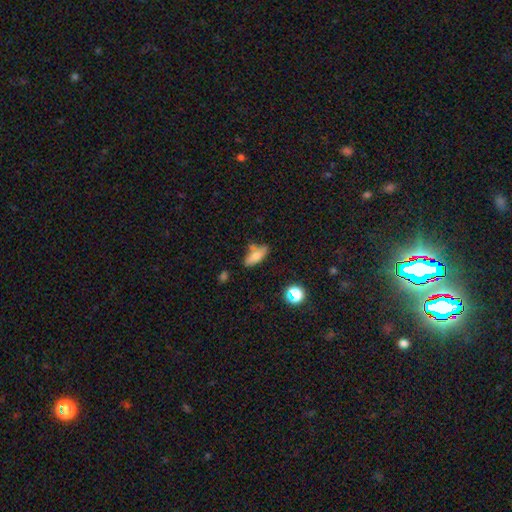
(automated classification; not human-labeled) smooth-or-featured: smooth: 74% | featured or disk: 16% | star or artifact: 10%
  how-rounded: in between: 75% | cigar-shaped: 22% | round: 4%
  merging: none: 61% | minor disturbance: 20% | merger: 13% | major disturbance: 5%